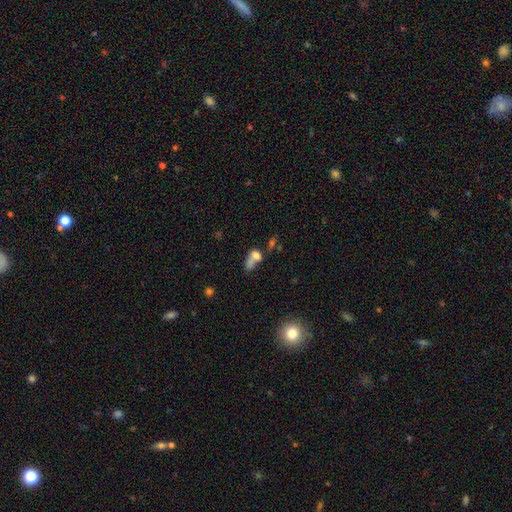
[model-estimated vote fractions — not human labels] Smooth or featured? smooth (65%)
How rounded? in between (66%)
Merging? merger (54%)